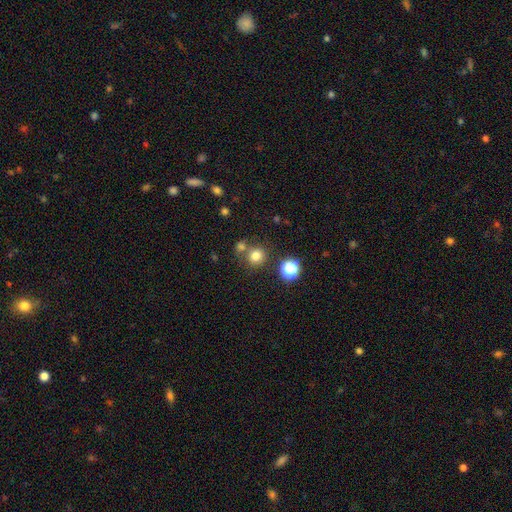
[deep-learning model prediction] smooth-or-featured: smooth: 76% | star or artifact: 17% | featured or disk: 7%
  how-rounded: round: 89% | in between: 11% | cigar-shaped: 1%
  merging: none: 68% | merger: 19% | minor disturbance: 8% | major disturbance: 4%